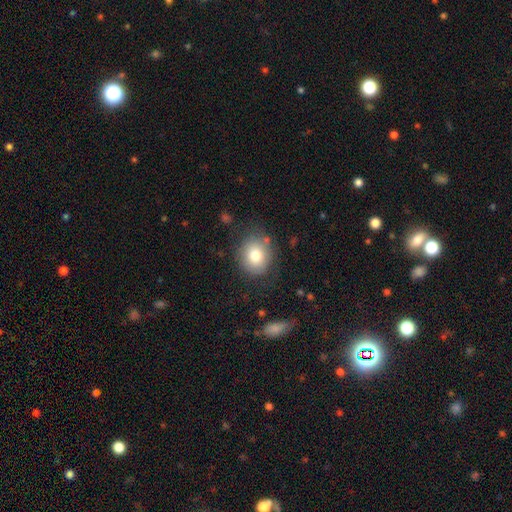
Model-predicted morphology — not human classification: Smooth or featured?
  - smooth: 77% *
  - featured or disk: 13%
  - star or artifact: 10%
How rounded?
  - round: 74% *
  - in between: 25%
  - cigar-shaped: 1%
Merging?
  - none: 77% *
  - minor disturbance: 15%
  - major disturbance: 5%
  - merger: 3%